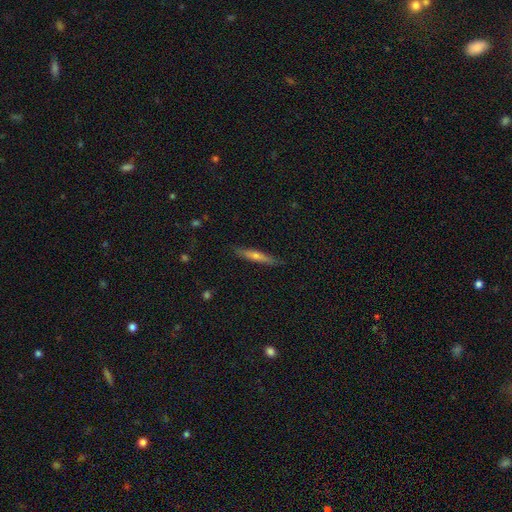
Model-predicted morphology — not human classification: The model was most divided on "smooth or featured": smooth: 47%, featured or disk: 46%, star or artifact: 7%. More confident: merging — none (88%).